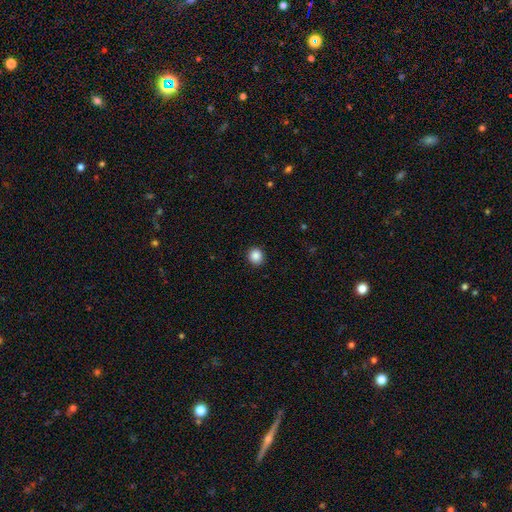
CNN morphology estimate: smooth 87%, star or artifact 10%, featured or disk 3%. Down the decision tree: how rounded — round (89%); merging — none (92%).